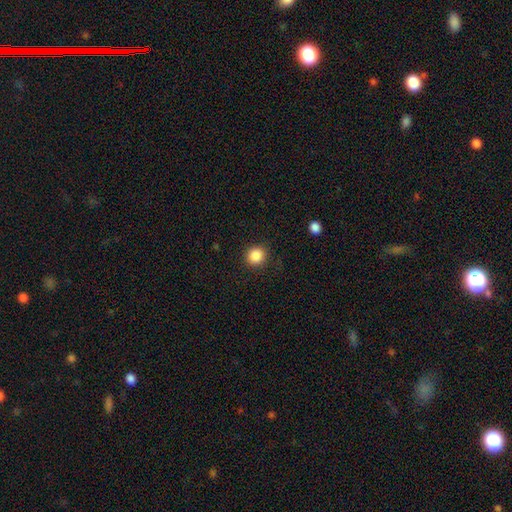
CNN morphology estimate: type=smooth (87%); roundness=round (90%); merging=none (89%).